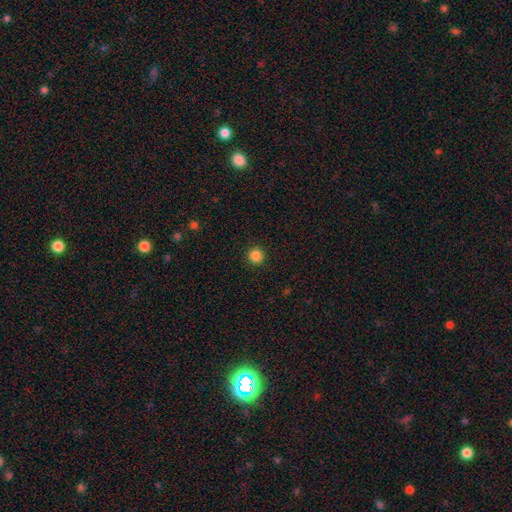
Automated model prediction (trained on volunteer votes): Q: Smooth or featured?
A: smooth (86%); runner-up: star or artifact (12%)
Q: How rounded?
A: round (95%); runner-up: in between (4%)
Q: Merging?
A: none (93%); runner-up: minor disturbance (4%)